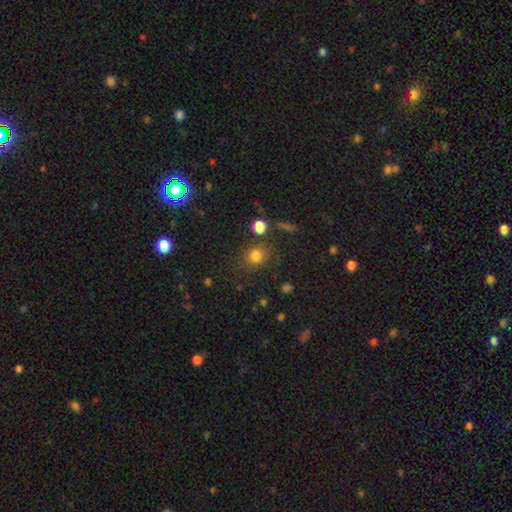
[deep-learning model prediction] A smooth galaxy with no disk features (79%) that is round (76%).

Vote fractions:
- Smooth or featured? smooth: 79% / star or artifact: 14% / featured or disk: 7%
- How rounded? round: 76% / in between: 23% / cigar-shaped: 1%
- Merging? none: 77% / minor disturbance: 12% / merger: 7% / major disturbance: 5%